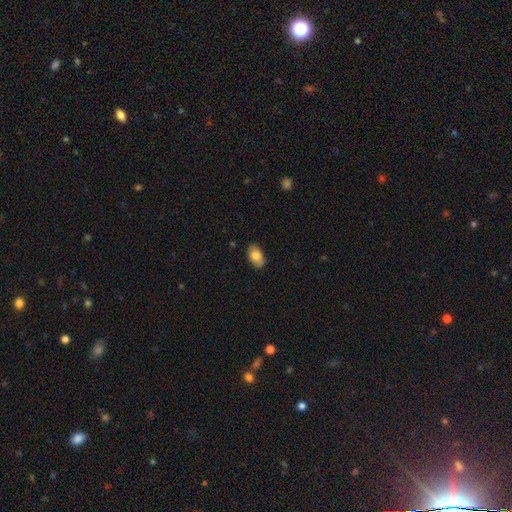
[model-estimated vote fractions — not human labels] Overall: smooth (79%). How rounded: in between (91%). Merging: none (82%).